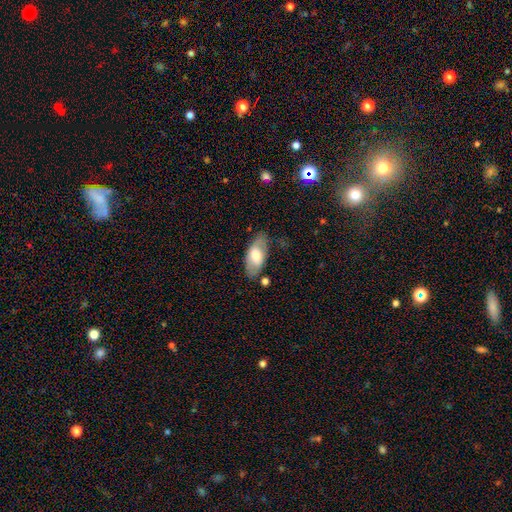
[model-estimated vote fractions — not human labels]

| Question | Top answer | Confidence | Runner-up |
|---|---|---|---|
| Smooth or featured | smooth | 61% | featured or disk (33%) |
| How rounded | in between | 91% | cigar-shaped (7%) |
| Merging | none | 72% | minor disturbance (19%) |